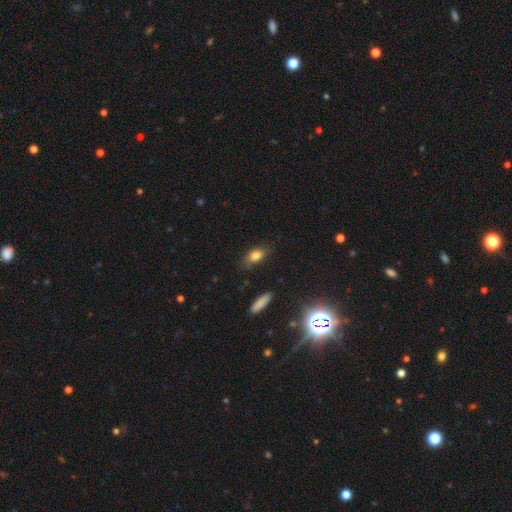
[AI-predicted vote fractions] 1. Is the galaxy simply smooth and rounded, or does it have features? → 80% smooth, 11% featured or disk, 9% star or artifact.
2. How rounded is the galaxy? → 81% in between, 10% cigar-shaped, 9% round.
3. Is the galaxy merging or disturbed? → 77% none, 17% minor disturbance, 4% major disturbance, 2% merger.